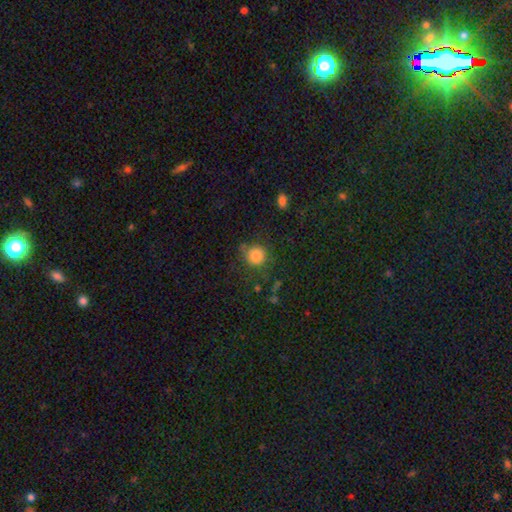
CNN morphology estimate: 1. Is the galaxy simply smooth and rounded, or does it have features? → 83% smooth, 11% star or artifact, 6% featured or disk.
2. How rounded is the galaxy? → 90% round, 9% in between, 1% cigar-shaped.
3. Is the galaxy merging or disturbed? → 72% none, 16% minor disturbance, 8% major disturbance, 4% merger.